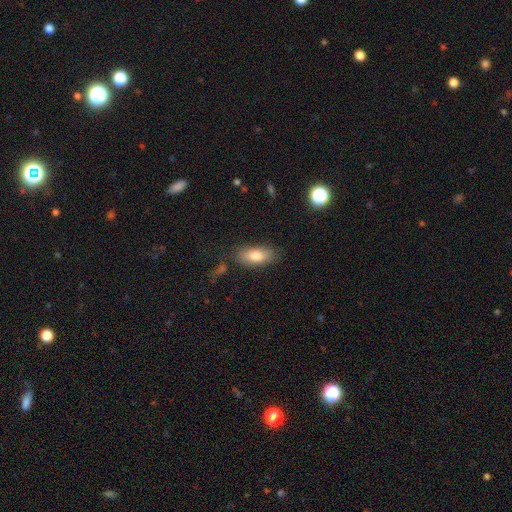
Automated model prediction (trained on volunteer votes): This is likely a smooth galaxy (79%). How rounded: clearly in between (82%). Merging: clearly none (80%).